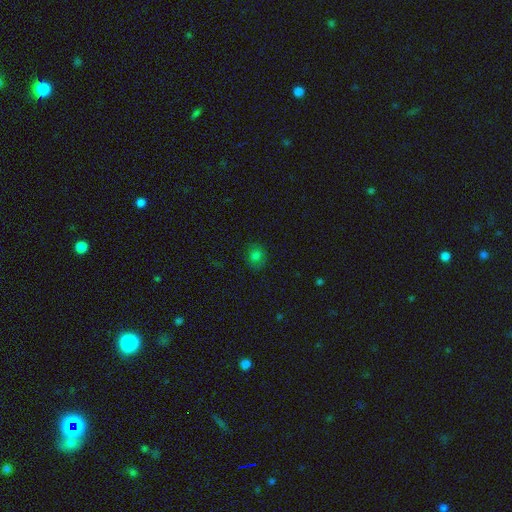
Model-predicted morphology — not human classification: smooth-or-featured: smooth: 75% | star or artifact: 17% | featured or disk: 8%
  how-rounded: round: 70% | in between: 29% | cigar-shaped: 1%
  merging: none: 81% | minor disturbance: 14% | major disturbance: 4% | merger: 1%